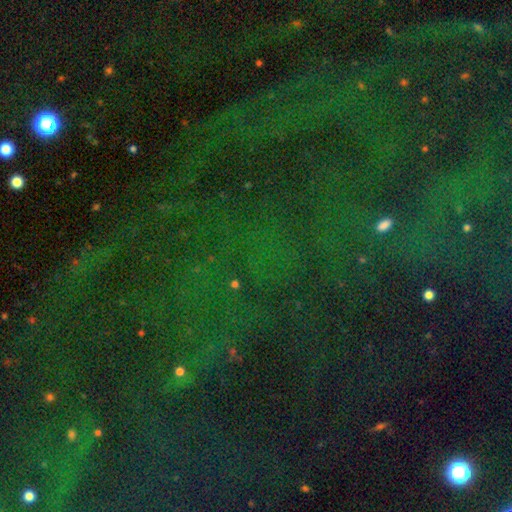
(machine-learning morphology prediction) This is clearly a star or artifact rather than a galaxy (81%).